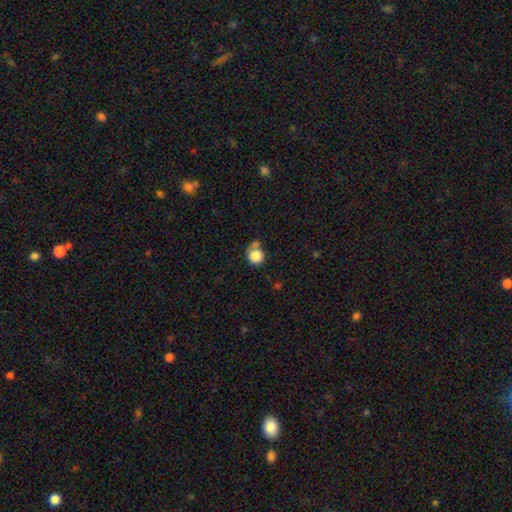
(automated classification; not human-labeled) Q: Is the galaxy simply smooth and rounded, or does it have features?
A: smooth — 84%.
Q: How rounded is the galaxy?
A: round — 87%.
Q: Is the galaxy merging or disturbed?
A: none — 51%.